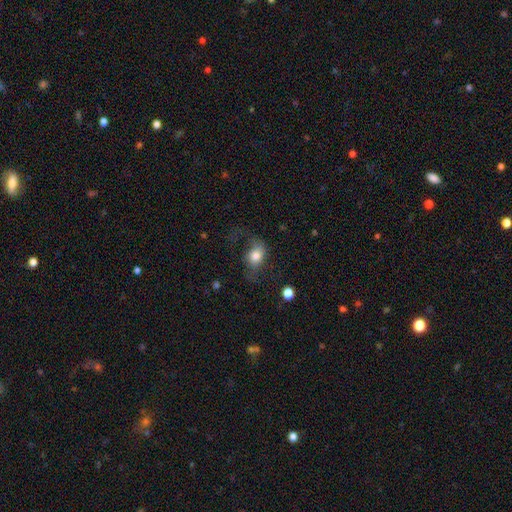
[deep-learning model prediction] The model was most divided on "merging": none: 40%, major disturbance: 34%, minor disturbance: 24%, merger: 2%. More confident: smooth or featured — smooth (68%); how rounded — in between (63%).